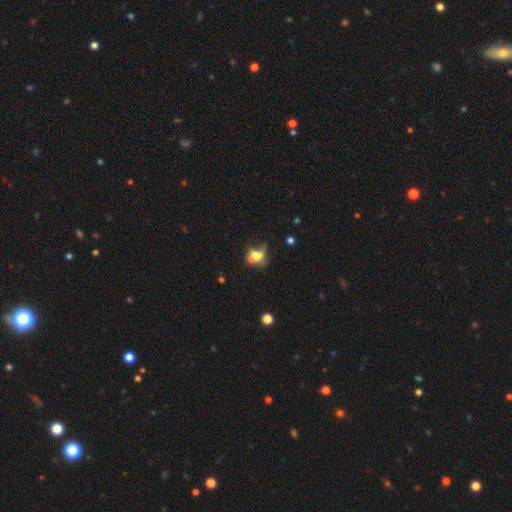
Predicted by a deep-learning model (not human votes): Q: Smooth or featured?
A: smooth (56%); runner-up: featured or disk (29%)
Q: How rounded?
A: in between (56%); runner-up: round (39%)
Q: Merging?
A: merger (41%); runner-up: none (25%)